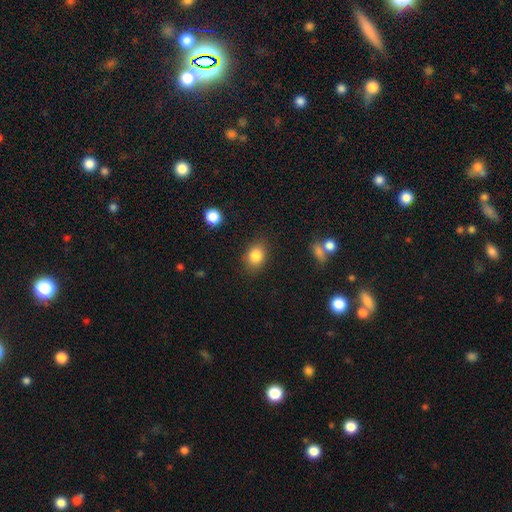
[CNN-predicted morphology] This appears to be a smooth galaxy with no disk features (84%) that is in between round and cigar-shaped (60%). Merging: none (83%).